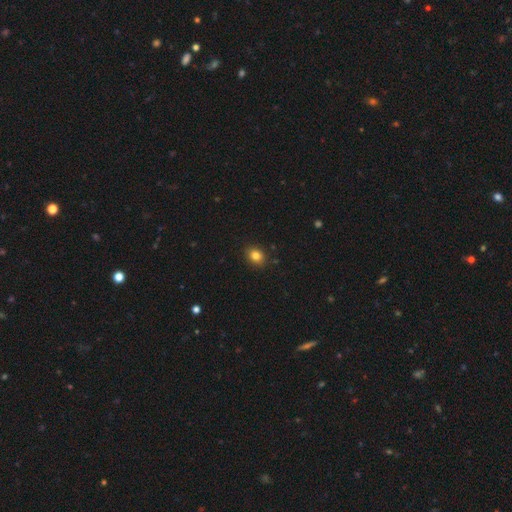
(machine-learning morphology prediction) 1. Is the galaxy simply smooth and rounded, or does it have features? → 83% smooth, 11% star or artifact, 6% featured or disk.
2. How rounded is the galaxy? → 51% round, 48% in between, 1% cigar-shaped.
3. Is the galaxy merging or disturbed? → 89% none, 8% minor disturbance, 2% major disturbance, 1% merger.